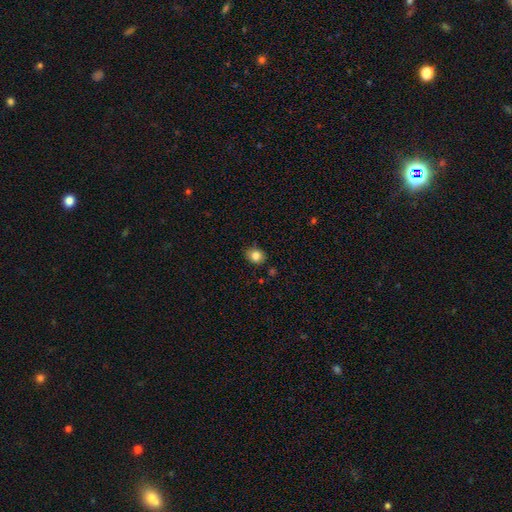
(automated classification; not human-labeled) Smooth or featured: smooth — 82% (star or artifact — 10%)
How rounded: round — 58% (in between — 41%)
Merging: none — 84% (minor disturbance — 12%)